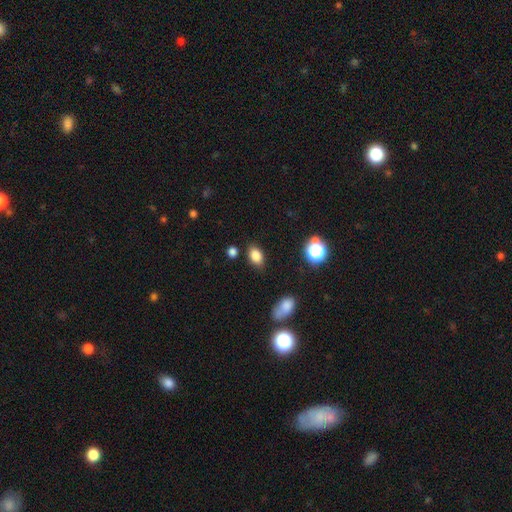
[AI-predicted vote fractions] A smooth galaxy with no disk features (83%) that is in between round and cigar-shaped (84%).

Vote fractions:
- Smooth or featured? smooth: 83% / star or artifact: 11% / featured or disk: 6%
- How rounded? in between: 84% / round: 14% / cigar-shaped: 2%
- Merging? none: 82% / minor disturbance: 12% / major disturbance: 3% / merger: 3%